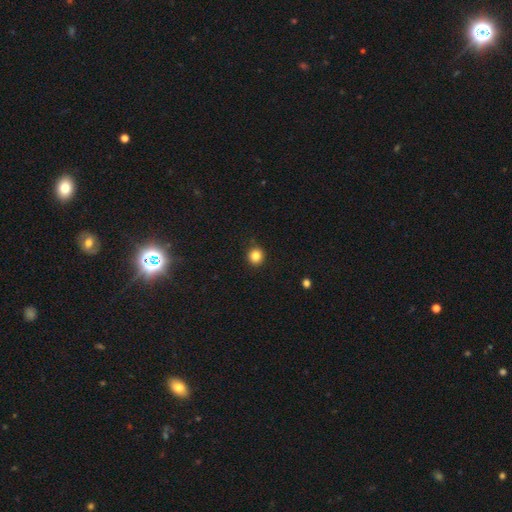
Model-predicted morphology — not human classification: smooth_or_featured: smooth (p=0.83) [alt: star or artifact p=0.11]
how_rounded: round (p=0.93) [alt: in between p=0.06]
merging: none (p=0.90) [alt: minor disturbance p=0.07]